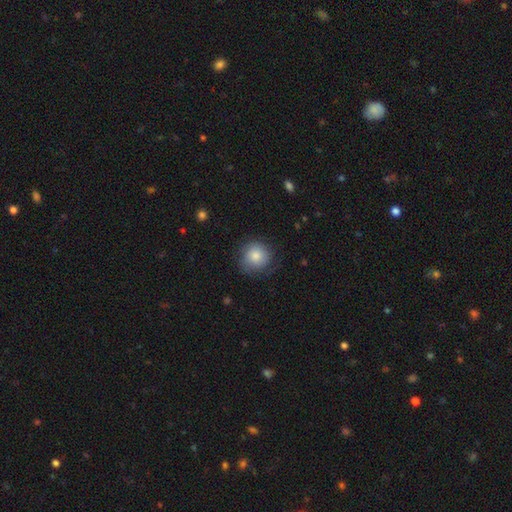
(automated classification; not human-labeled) A smooth galaxy with no disk features (81%) that is round (90%).

Vote fractions:
- Smooth or featured? smooth: 81% / featured or disk: 12% / star or artifact: 7%
- How rounded? round: 90% / in between: 9% / cigar-shaped: 1%
- Merging? none: 73% / minor disturbance: 20% / major disturbance: 6% / merger: 1%